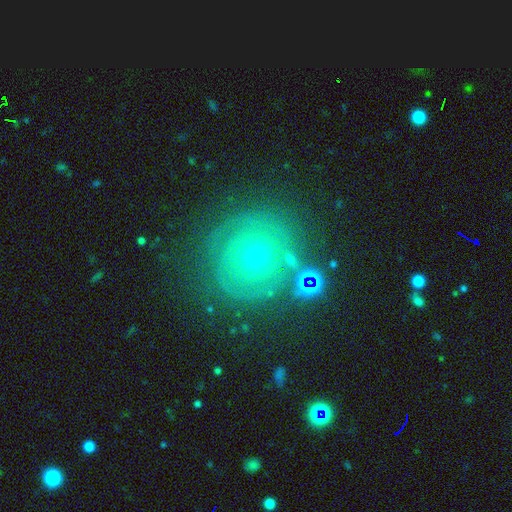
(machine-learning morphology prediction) Overall: featured or disk (55%; smooth 29%). Edge-on disk: no (97%). Bar: no (88%). Spiral arms: yes (67%; no 33%). Bulge size: small (78%). Merging: none (76%).